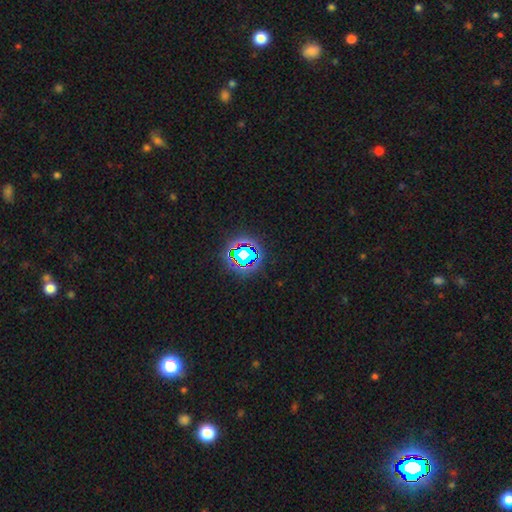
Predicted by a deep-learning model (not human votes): A star or artifact, not a galaxy (78%).